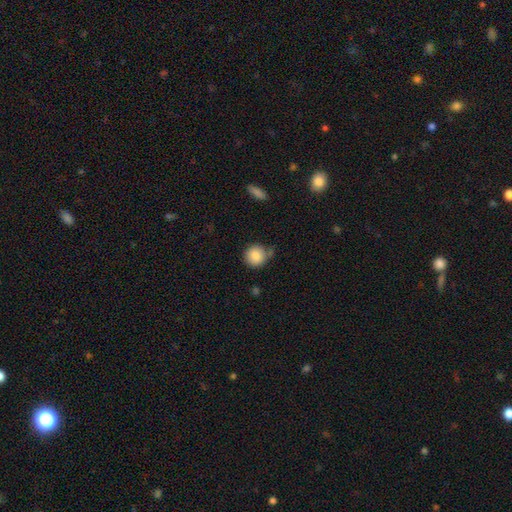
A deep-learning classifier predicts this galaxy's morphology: Overall: smooth (86%). How rounded: round (91%). Merging: none (68%).